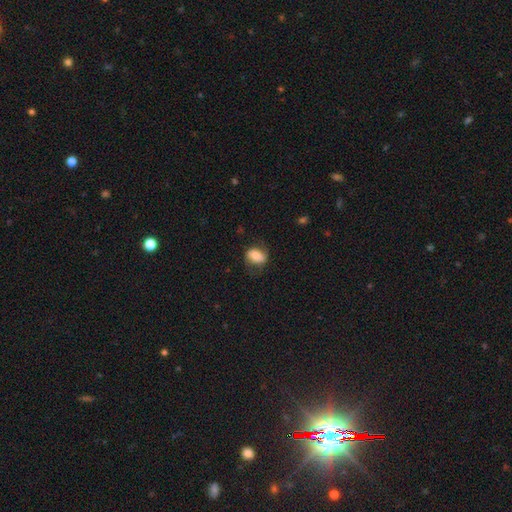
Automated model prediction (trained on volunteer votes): Smooth or featured? Predicted: smooth (p=0.69). How rounded? Predicted: in between (p=0.69). Merging? Predicted: none (p=0.65).